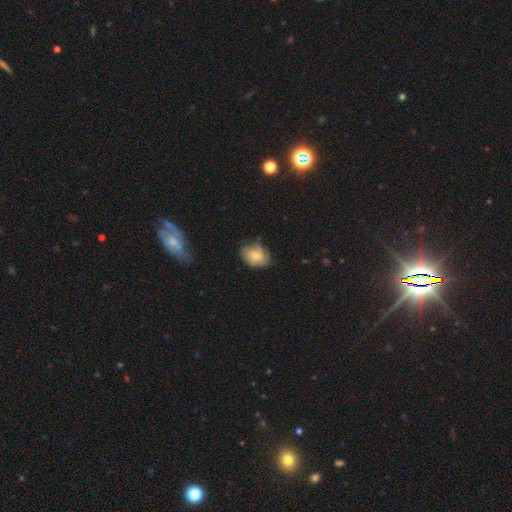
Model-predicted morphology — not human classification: Smooth or featured?
  - smooth: 49% *
  - featured or disk: 43%
  - star or artifact: 8%
Merging?
  - none: 66% *
  - minor disturbance: 26%
  - major disturbance: 7%
  - merger: 1%